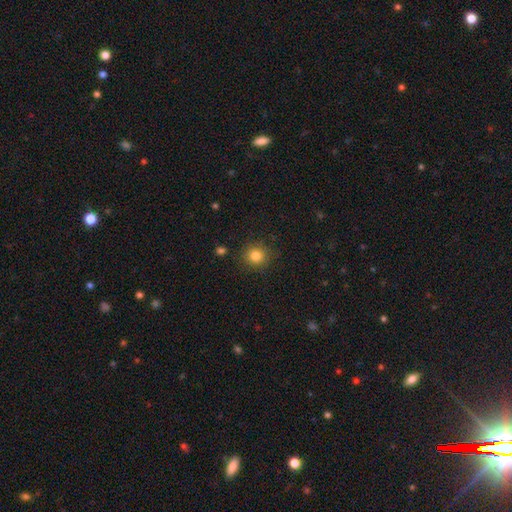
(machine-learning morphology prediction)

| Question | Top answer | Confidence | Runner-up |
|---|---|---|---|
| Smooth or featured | smooth | 83% | star or artifact (12%) |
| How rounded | round | 91% | in between (9%) |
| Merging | none | 89% | minor disturbance (7%) |